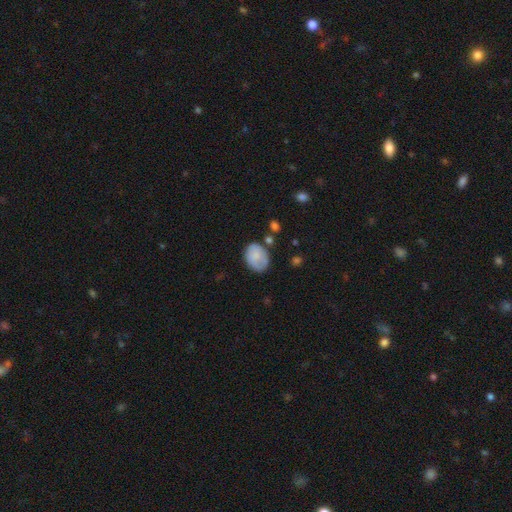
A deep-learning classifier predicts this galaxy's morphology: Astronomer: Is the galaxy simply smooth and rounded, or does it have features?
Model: smooth — 74%.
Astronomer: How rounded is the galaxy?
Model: in between — 65%.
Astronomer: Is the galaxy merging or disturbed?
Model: none — 58%.